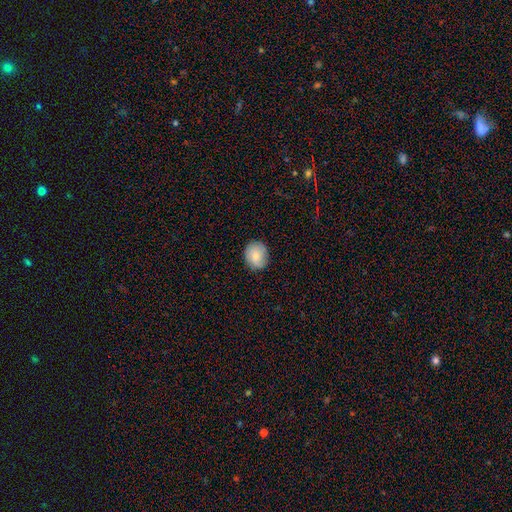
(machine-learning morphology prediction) Overall: smooth (73%). How rounded: round (65%; in between 34%). Merging: none (80%).